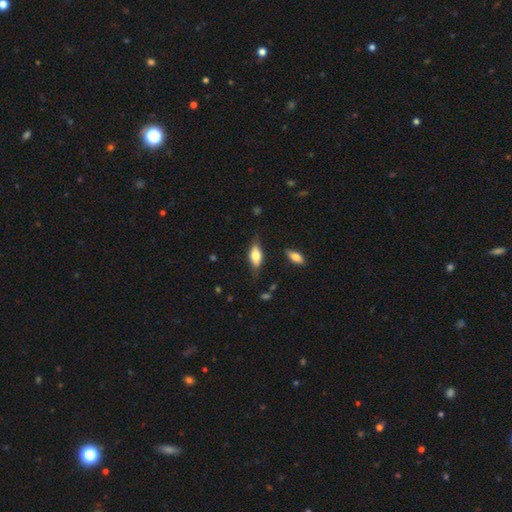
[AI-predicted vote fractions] Q: Smooth or featured?
A: smooth (64%); runner-up: featured or disk (29%)
Q: How rounded?
A: in between (79%); runner-up: cigar-shaped (18%)
Q: Merging?
A: none (72%); runner-up: minor disturbance (20%)